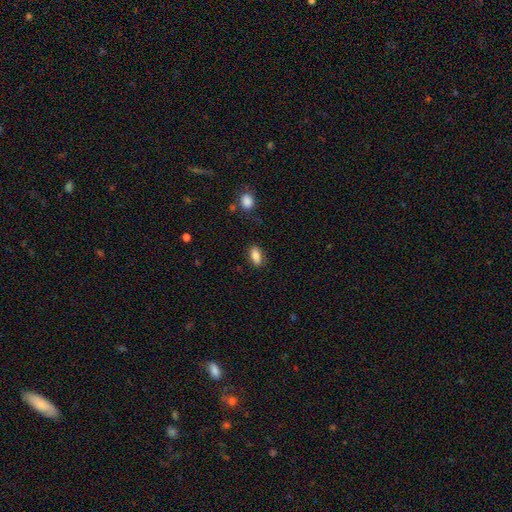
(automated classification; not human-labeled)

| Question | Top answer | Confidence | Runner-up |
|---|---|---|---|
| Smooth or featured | smooth | 83% | featured or disk (9%) |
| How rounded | in between | 84% | cigar-shaped (11%) |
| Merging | none | 83% | minor disturbance (12%) |